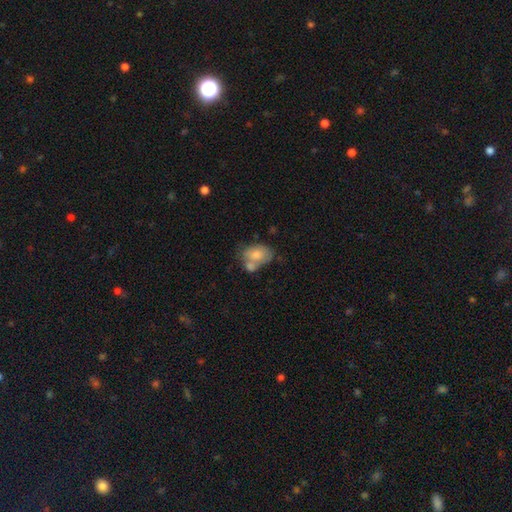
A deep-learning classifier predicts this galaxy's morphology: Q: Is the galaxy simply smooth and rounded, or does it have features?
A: smooth — 71%.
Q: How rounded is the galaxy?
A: in between — 79%.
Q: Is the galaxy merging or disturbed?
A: merger — 47%.